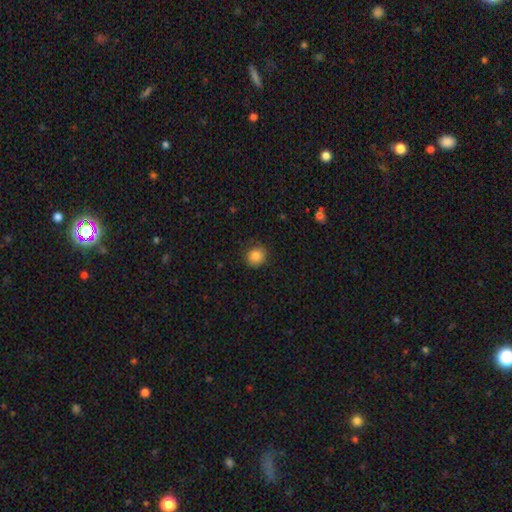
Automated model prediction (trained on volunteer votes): The model was most divided on "merging": none: 84%, minor disturbance: 12%, major disturbance: 3%, merger: 1%. More confident: how rounded — round (87%); smooth or featured — smooth (84%).